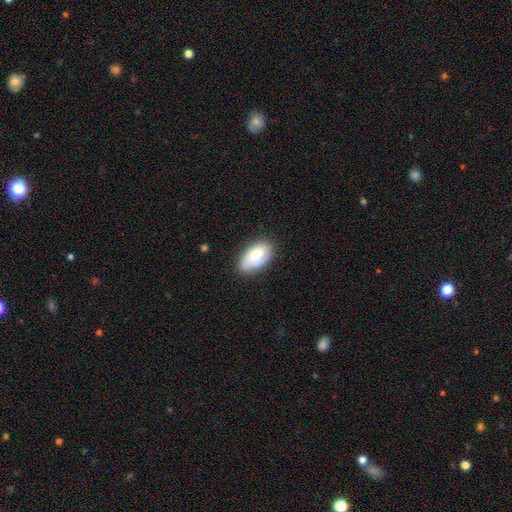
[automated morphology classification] Smooth or featured? Predicted: smooth (p=0.77). How rounded? Predicted: in between (p=0.94). Merging? Predicted: none (p=0.73).